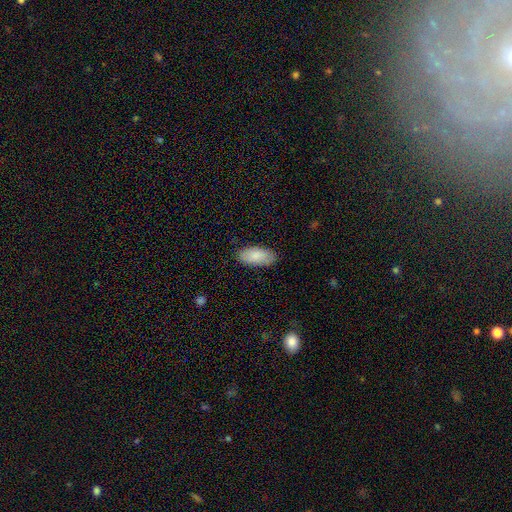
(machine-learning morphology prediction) Overall: smooth (87%). How rounded: in between (92%). Merging: none (85%).